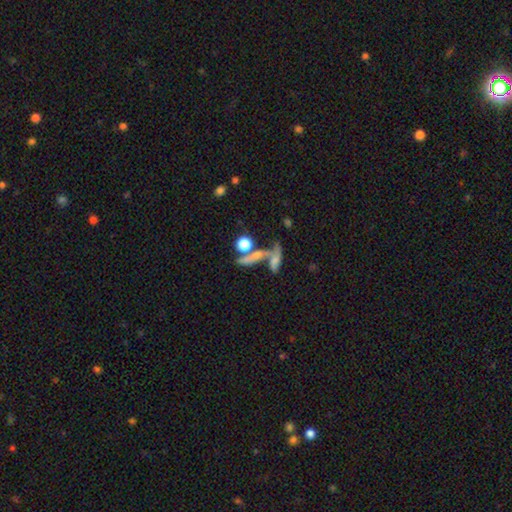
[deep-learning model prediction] Overall: smooth (44%; featured or disk 36%). Merging: merger (45%; none 32%).